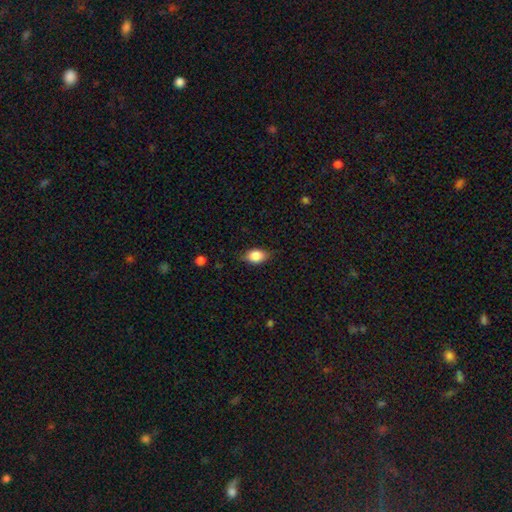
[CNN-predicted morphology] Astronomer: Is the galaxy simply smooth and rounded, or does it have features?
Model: smooth — 83%.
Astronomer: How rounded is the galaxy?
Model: in between — 74%.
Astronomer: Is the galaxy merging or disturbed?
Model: none — 75%.